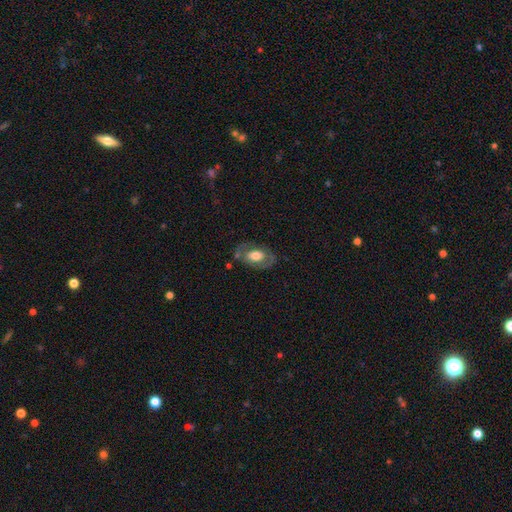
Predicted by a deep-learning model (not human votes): smooth-or-featured: featured or disk: 49% | smooth: 45% | star or artifact: 6%
  merging: none: 66% | minor disturbance: 20% | major disturbance: 9% | merger: 4%